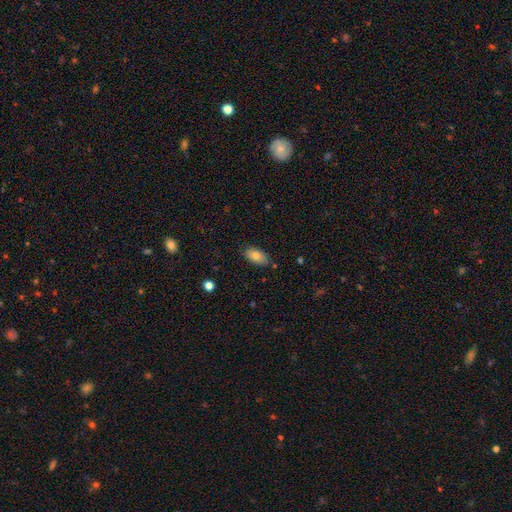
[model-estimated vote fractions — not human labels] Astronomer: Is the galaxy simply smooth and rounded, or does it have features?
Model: smooth — 81%.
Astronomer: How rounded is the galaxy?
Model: in between — 92%.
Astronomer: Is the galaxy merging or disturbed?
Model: none — 80%.